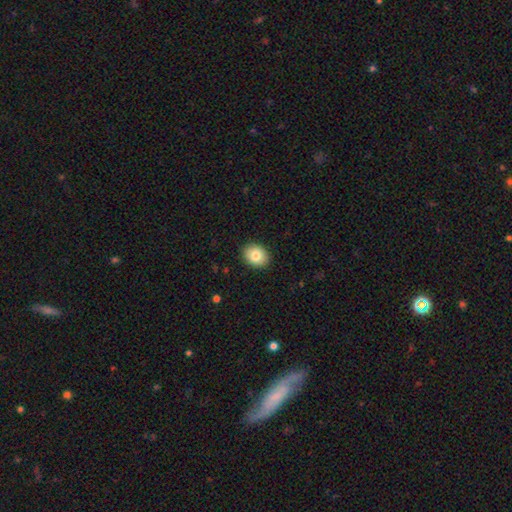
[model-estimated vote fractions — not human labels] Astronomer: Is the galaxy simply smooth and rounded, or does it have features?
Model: smooth — 82%.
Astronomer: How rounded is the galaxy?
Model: in between — 54% (runner-up: round, 45%).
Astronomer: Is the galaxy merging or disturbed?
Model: none — 90%.